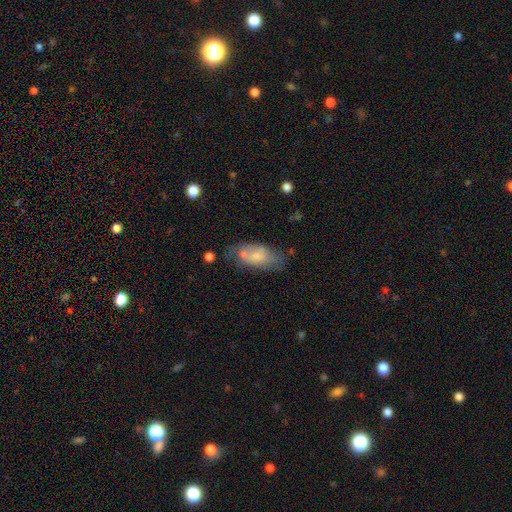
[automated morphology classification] This is possibly a smooth galaxy (59%). How rounded: clearly in between (86%). Merging: possibly none (49%).